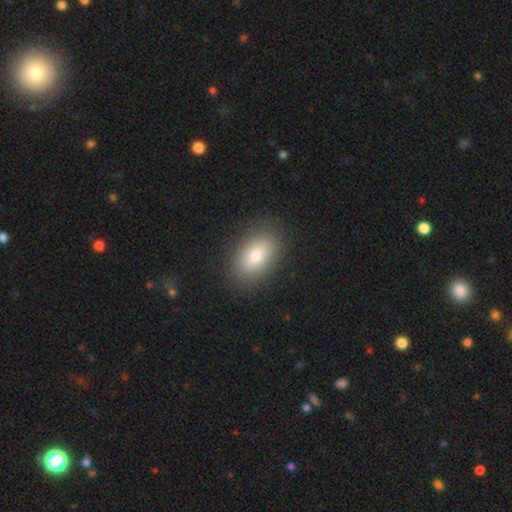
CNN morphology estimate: Q: Smooth or featured?
A: smooth (79%); runner-up: featured or disk (12%)
Q: How rounded?
A: in between (89%); runner-up: round (9%)
Q: Merging?
A: none (87%); runner-up: minor disturbance (9%)